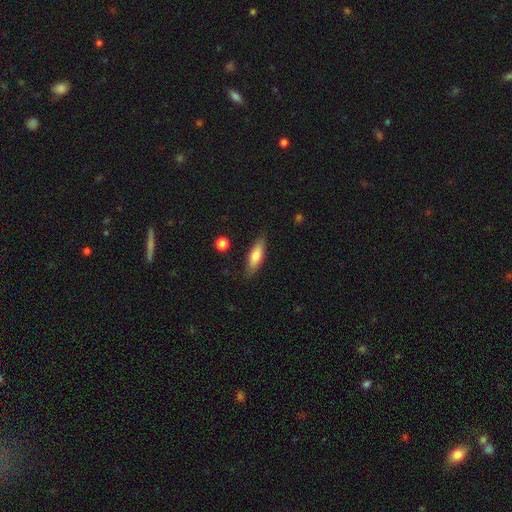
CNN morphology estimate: This is likely a smooth galaxy (76%). How rounded: possibly in between (49%). Merging: clearly none (81%).